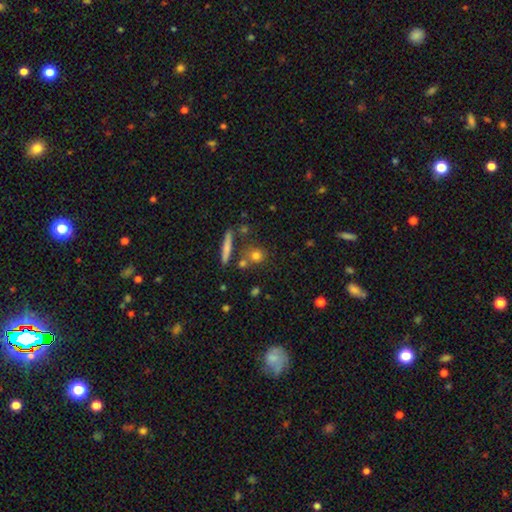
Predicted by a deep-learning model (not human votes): Smooth or featured: smooth — 74% (featured or disk — 13%)
How rounded: round — 74% (in between — 16%)
Merging: none — 70% (merger — 15%)